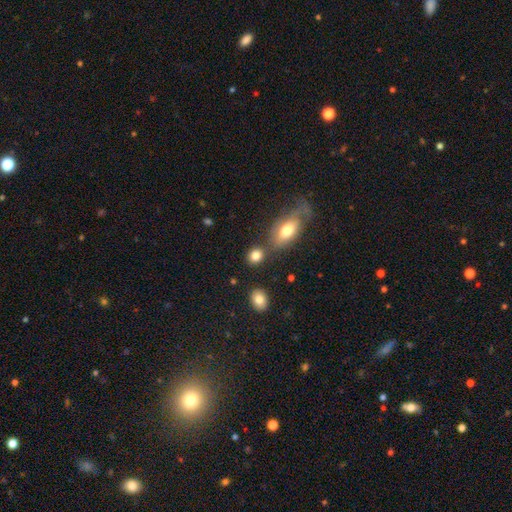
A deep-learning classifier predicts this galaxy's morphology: Smooth or featured? smooth (83%)
How rounded? round (64%)
Merging? none (72%)